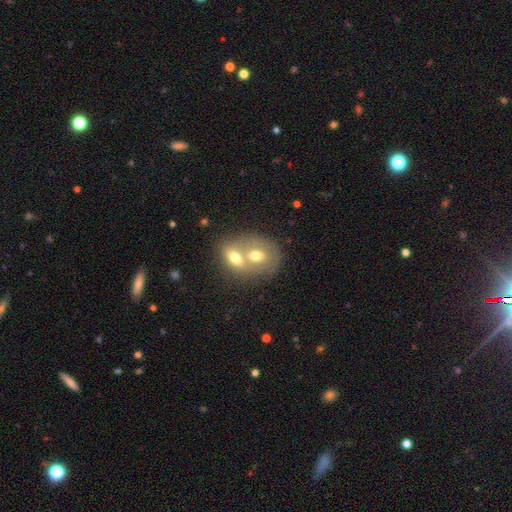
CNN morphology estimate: Q: Smooth or featured?
A: smooth (58%); runner-up: featured or disk (34%)
Q: How rounded?
A: in between (52%); runner-up: round (46%)
Q: Merging?
A: merger (67%); runner-up: none (23%)